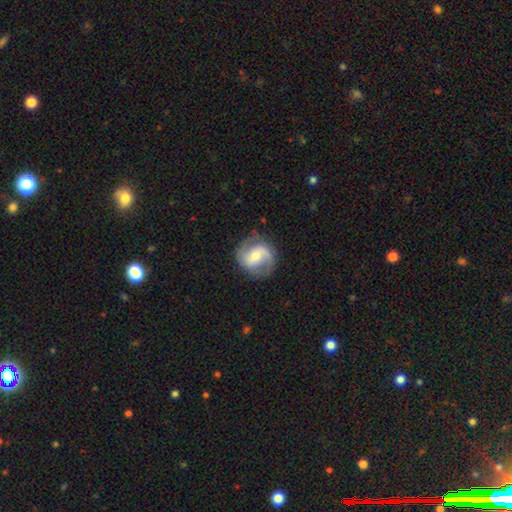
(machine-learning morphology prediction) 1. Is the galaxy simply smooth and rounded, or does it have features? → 77% featured or disk, 17% smooth, 6% star or artifact.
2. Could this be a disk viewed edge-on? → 98% no, 2% yes.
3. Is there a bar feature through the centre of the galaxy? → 43% weak, 38% no, 19% strong.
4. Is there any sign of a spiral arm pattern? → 93% yes, 7% no.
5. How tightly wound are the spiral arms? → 48% medium, 29% loose, 22% tight.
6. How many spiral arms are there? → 87% 2, 5% can't tell, 5% 1, 2% 3, 1% 4, 1% more than 4.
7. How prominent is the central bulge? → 57% moderate, 37% small, 4% large, 1% none, 1% dominant.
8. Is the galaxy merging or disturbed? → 78% none, 14% minor disturbance, 6% major disturbance, 1% merger.